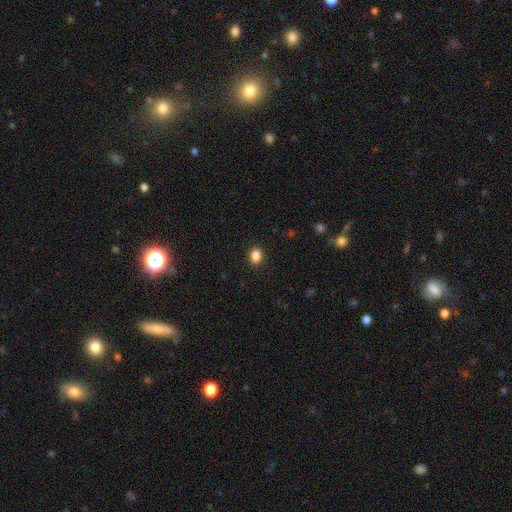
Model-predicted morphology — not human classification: Overall: smooth (87%). How rounded: in between (61%; round 38%). Merging: none (90%).